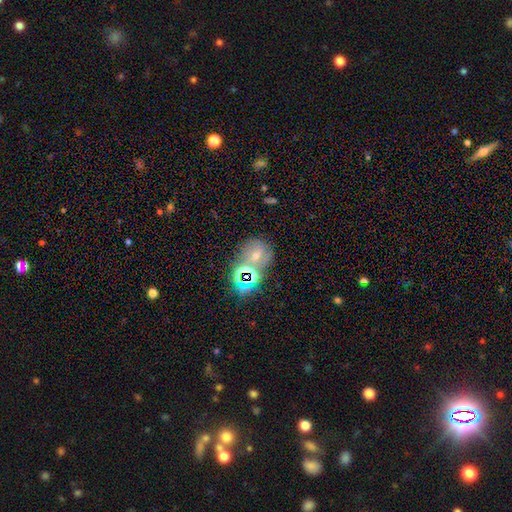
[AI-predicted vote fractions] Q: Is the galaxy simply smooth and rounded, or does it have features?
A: smooth — 42%.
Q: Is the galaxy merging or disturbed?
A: none — 53%.